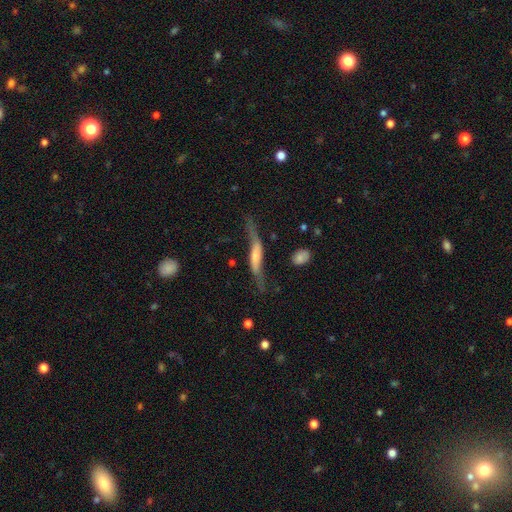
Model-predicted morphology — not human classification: A featured or disk galaxy (63%) viewed edge-on (65%). Merging: none (47%).